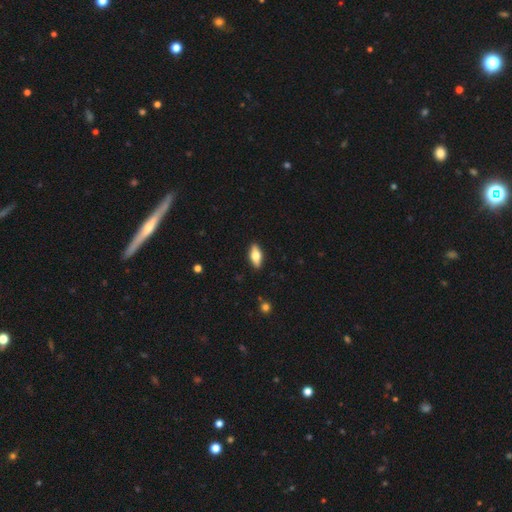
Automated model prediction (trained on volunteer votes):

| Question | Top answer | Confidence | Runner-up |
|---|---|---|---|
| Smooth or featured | smooth | 61% | featured or disk (33%) |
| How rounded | in between | 80% | cigar-shaped (16%) |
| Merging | none | 89% | minor disturbance (8%) |